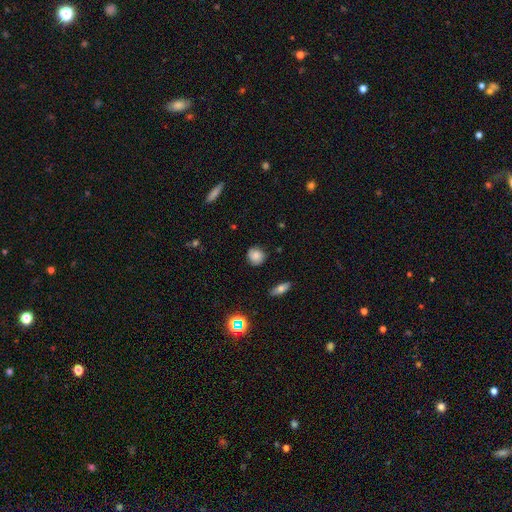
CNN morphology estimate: The model was most divided on "smooth or featured": smooth: 79%, star or artifact: 11%, featured or disk: 10%. More confident: how rounded — round (88%); merging — none (83%).